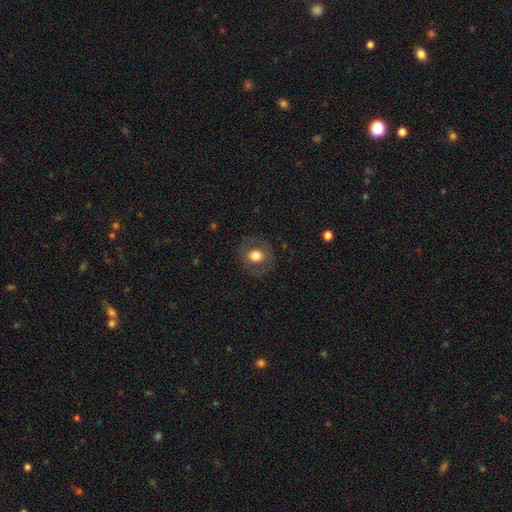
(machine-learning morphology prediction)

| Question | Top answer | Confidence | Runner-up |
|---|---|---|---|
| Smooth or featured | smooth | 63% | featured or disk (28%) |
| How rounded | round | 75% | in between (24%) |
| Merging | none | 83% | minor disturbance (10%) |